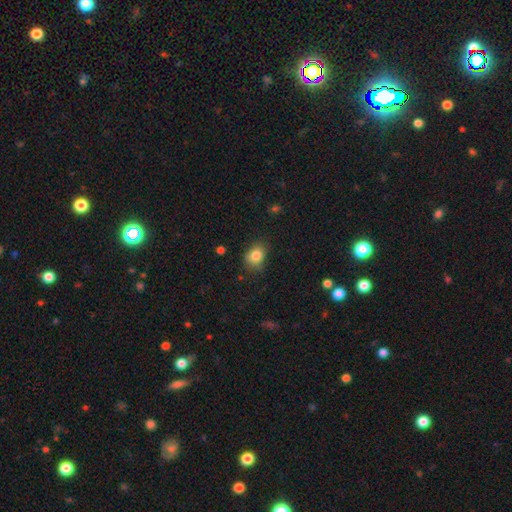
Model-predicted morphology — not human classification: Smooth or featured? Predicted: smooth (p=0.83). How rounded? Predicted: in between (p=0.54). Merging? Predicted: none (p=0.72).